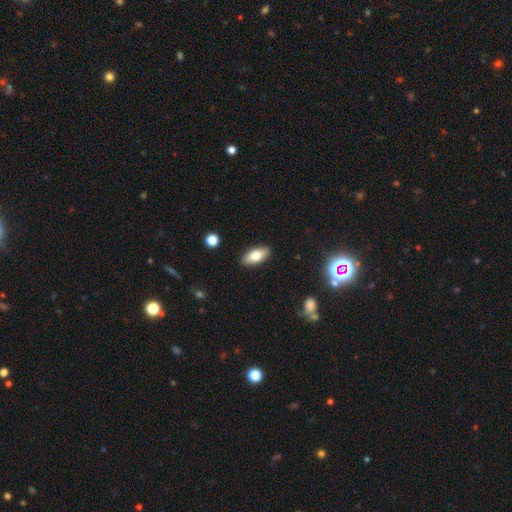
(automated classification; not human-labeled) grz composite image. It shows a smooth galaxy with no disk features (77%) that is in between round and cigar-shaped (85%). Merging: none (89%).